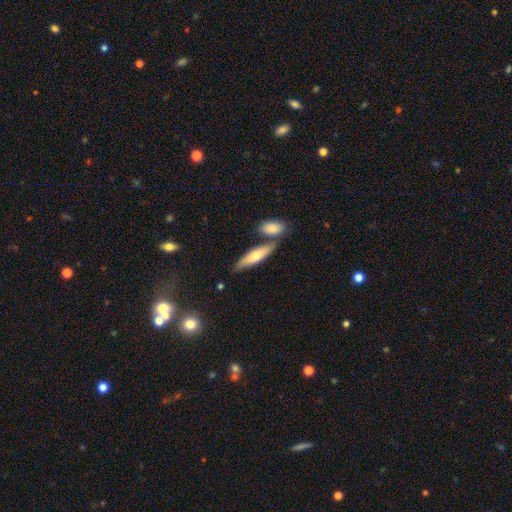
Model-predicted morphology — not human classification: Smooth or featured?
  - smooth: 64% *
  - featured or disk: 30%
  - star or artifact: 5%
How rounded?
  - cigar-shaped: 63% *
  - in between: 35%
  - round: 2%
Merging?
  - none: 64% *
  - merger: 21%
  - minor disturbance: 12%
  - major disturbance: 3%